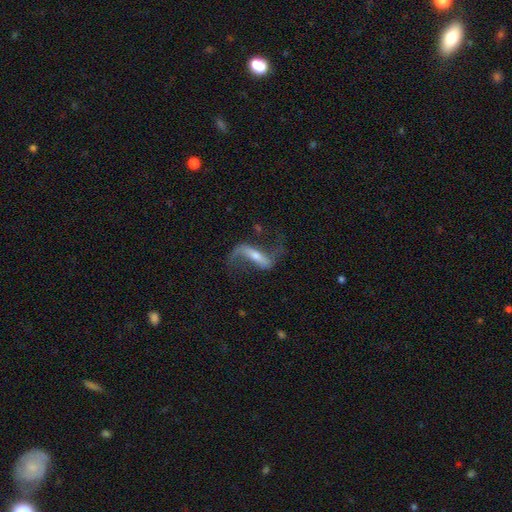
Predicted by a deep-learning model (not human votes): Smooth or featured?
  - featured or disk: 84% *
  - smooth: 10%
  - star or artifact: 6%
Edge-on disk?
  - no: 85% *
  - yes: 15%
Bar?
  - strong: 56% *
  - weak: 27%
  - no: 17%
Spiral arms?
  - yes: 93% *
  - no: 7%
Spiral winding?
  - loose: 88% *
  - medium: 9%
  - tight: 3%
Spiral arm count?
  - 2: 89% *
  - 1: 6%
  - can't tell: 2%
  - 3: 1%
  - 4: 1%
  - more than 4: 1%
Bulge size?
  - small: 48% *
  - moderate: 38%
  - none: 7%
  - large: 5%
  - dominant: 2%
Merging?
  - none: 63% *
  - major disturbance: 18%
  - minor disturbance: 15%
  - merger: 3%